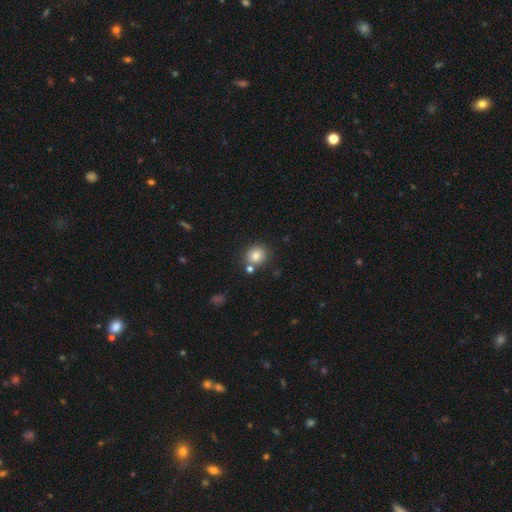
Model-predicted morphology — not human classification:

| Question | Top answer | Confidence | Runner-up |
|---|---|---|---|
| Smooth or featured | smooth | 82% | star or artifact (10%) |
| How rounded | round | 73% | in between (26%) |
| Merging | none | 74% | merger (13%) |